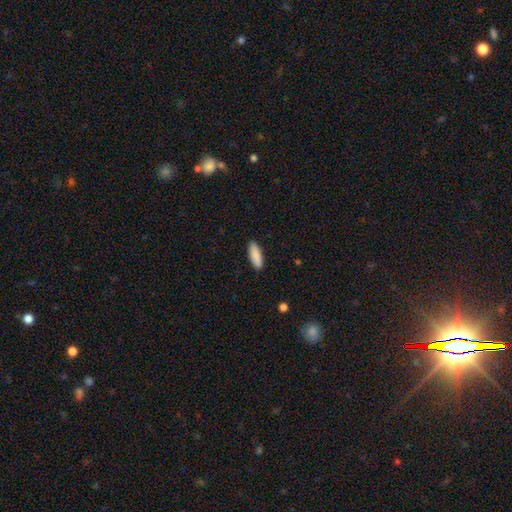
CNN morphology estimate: Smooth or featured? Predicted: smooth (p=0.89). How rounded? Predicted: in between (p=0.59). Merging? Predicted: none (p=0.90).